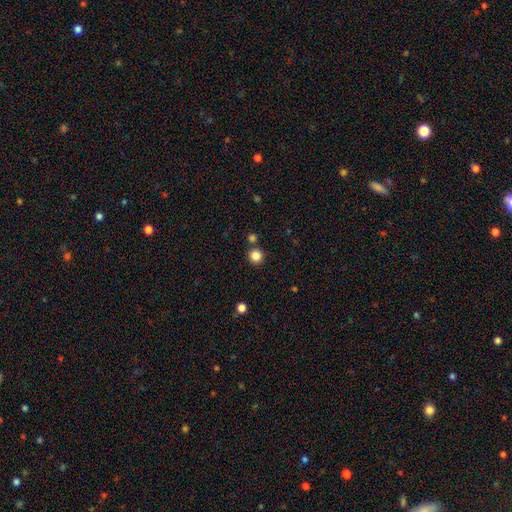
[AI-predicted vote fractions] Smooth or featured?
  - smooth: 84% *
  - star or artifact: 12%
  - featured or disk: 4%
How rounded?
  - round: 94% *
  - in between: 5%
  - cigar-shaped: 1%
Merging?
  - none: 84% *
  - merger: 8%
  - minor disturbance: 6%
  - major disturbance: 2%